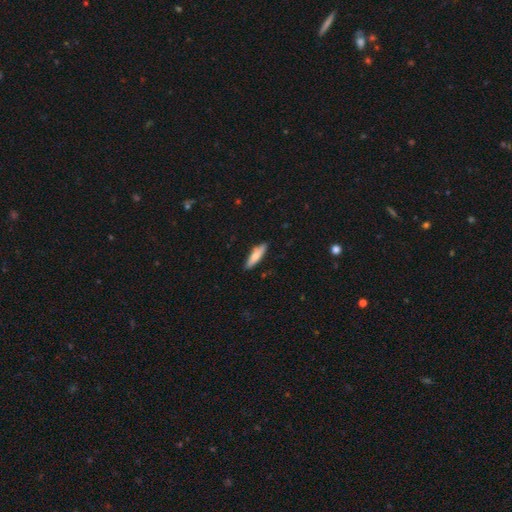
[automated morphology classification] This is likely a smooth galaxy (73%). How rounded: likely cigar-shaped (66%). Merging: clearly none (87%).